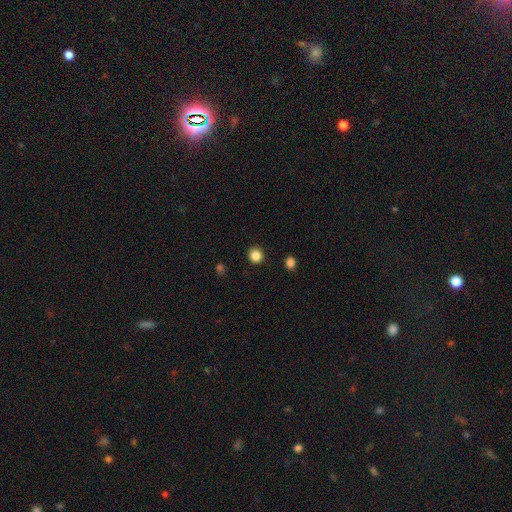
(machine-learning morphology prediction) A smooth galaxy with no disk features (85%) that is round (86%).

Vote fractions:
- Smooth or featured? smooth: 85% / star or artifact: 11% / featured or disk: 4%
- How rounded? round: 86% / in between: 14% / cigar-shaped: 1%
- Merging? none: 91% / minor disturbance: 6% / major disturbance: 2% / merger: 2%